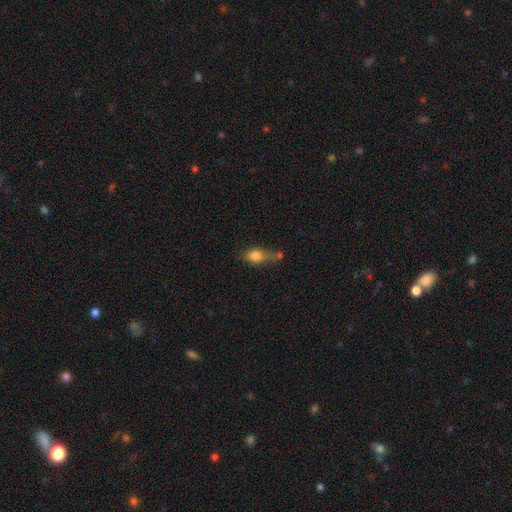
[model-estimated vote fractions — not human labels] A smooth galaxy with no disk features (74%) that is in between round and cigar-shaped (60%). Merging: none (32%).